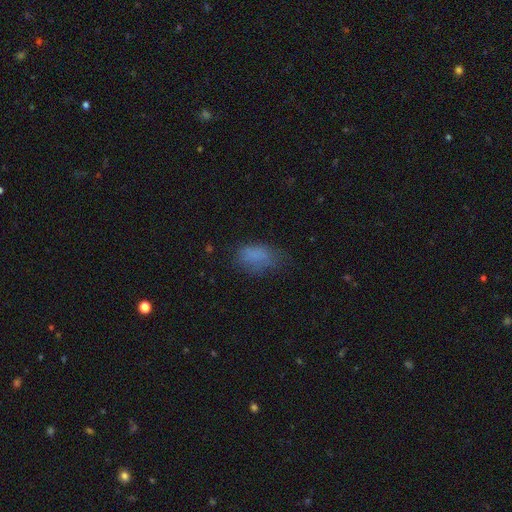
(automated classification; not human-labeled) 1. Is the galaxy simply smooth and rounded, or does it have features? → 76% smooth, 13% star or artifact, 11% featured or disk.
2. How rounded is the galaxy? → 89% in between, 8% round, 3% cigar-shaped.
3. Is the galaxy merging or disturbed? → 56% none, 27% minor disturbance, 15% major disturbance, 2% merger.